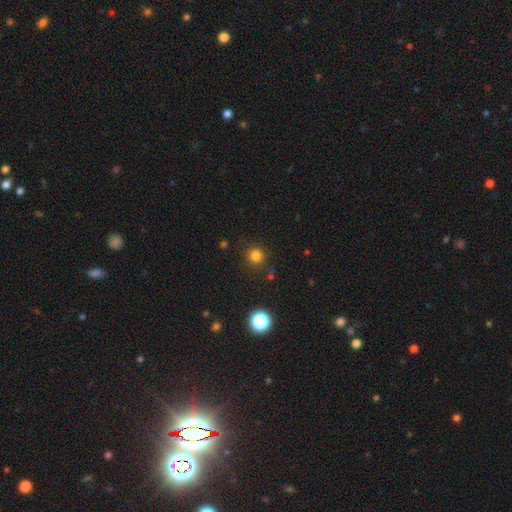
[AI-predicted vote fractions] Smooth or featured? Predicted: smooth (p=0.80). How rounded? Predicted: round (p=0.93). Merging? Predicted: none (p=0.87).